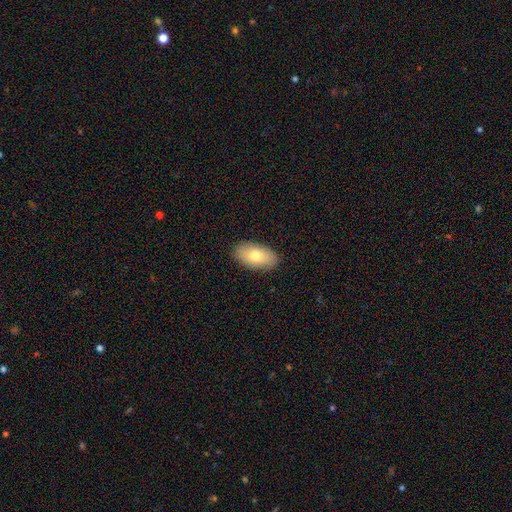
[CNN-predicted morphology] Overall: smooth (76%). How rounded: in between (94%). Merging: none (89%).